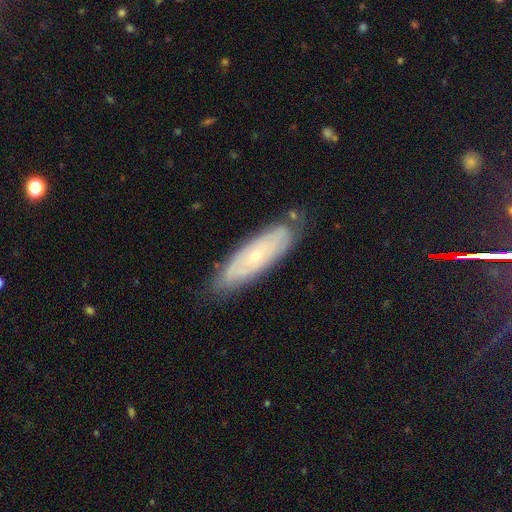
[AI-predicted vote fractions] Morphology: type=featured or disk (62%); edge-on=no (75%); merging=none (78%).